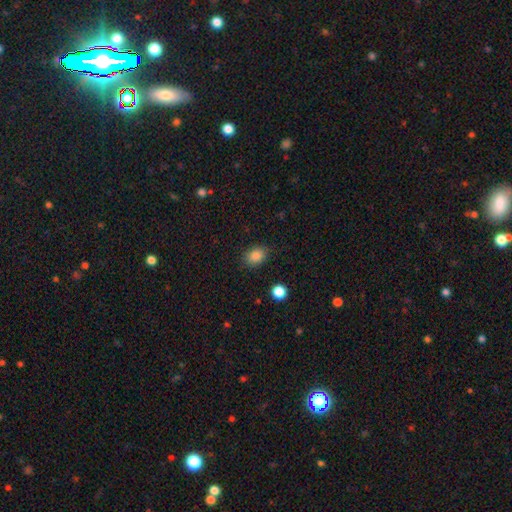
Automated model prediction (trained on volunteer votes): smooth-or-featured: smooth: 85% | star or artifact: 10% | featured or disk: 5%
  how-rounded: in between: 66% | round: 33% | cigar-shaped: 1%
  merging: none: 85% | minor disturbance: 11% | major disturbance: 3% | merger: 1%